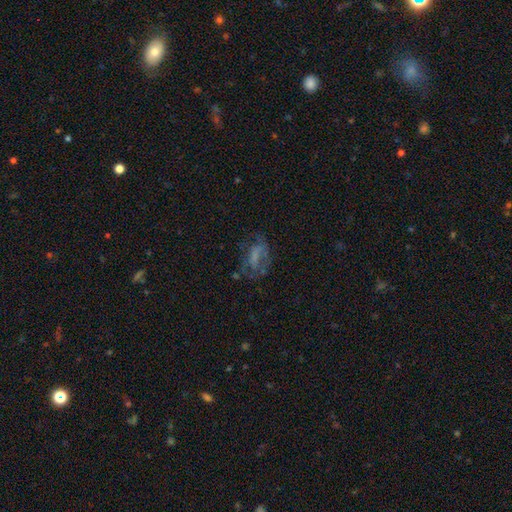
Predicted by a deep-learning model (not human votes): Smooth or featured? Predicted: featured or disk (p=0.45). Merging? Predicted: none (p=0.43).